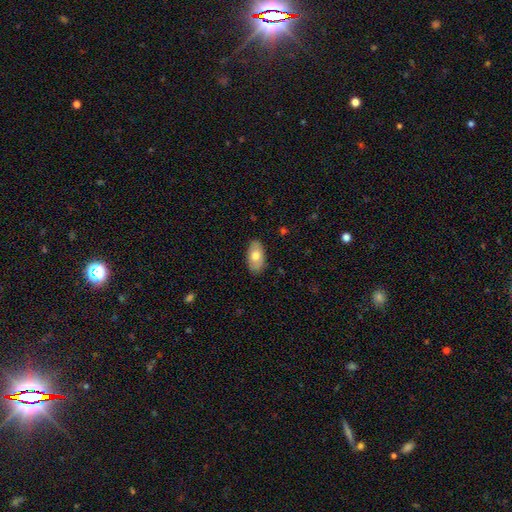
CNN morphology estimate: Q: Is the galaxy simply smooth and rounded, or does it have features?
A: smooth — 69%.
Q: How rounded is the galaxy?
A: in between — 94%.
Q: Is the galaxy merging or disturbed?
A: none — 84%.